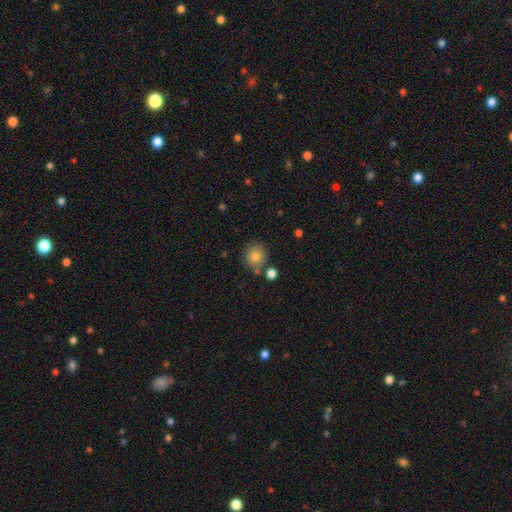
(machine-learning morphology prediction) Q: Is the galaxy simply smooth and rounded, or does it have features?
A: smooth — 77%.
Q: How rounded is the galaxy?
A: round — 82%.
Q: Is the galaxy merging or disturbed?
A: none — 76%.